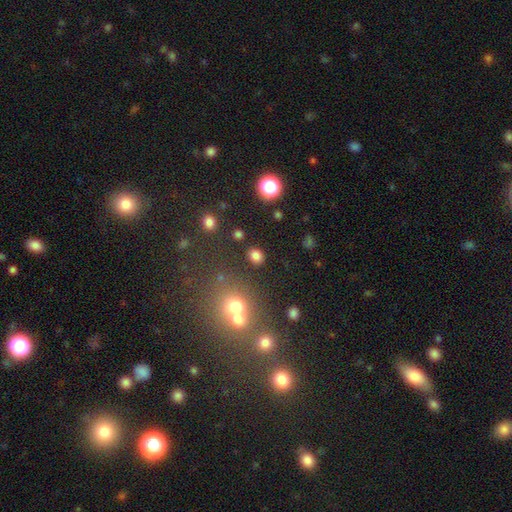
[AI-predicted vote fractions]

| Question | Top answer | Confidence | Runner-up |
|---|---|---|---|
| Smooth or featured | smooth | 79% | star or artifact (15%) |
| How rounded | round | 54% | in between (45%) |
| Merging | none | 83% | minor disturbance (9%) |